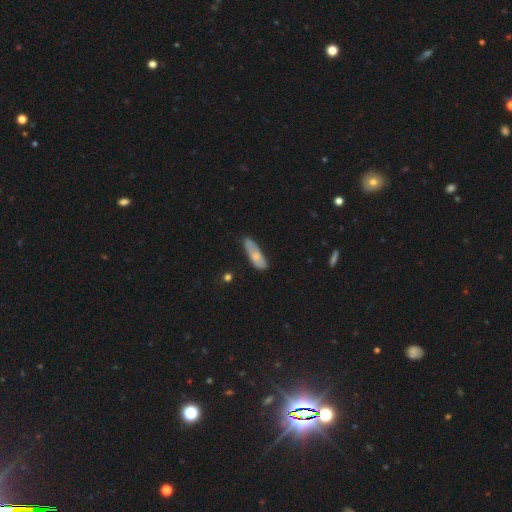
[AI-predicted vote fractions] A smooth galaxy with no disk features (68%) that is in between round and cigar-shaped (54%).

Vote fractions:
- Smooth or featured? smooth: 68% / featured or disk: 25% / star or artifact: 6%
- How rounded? in between: 54% / cigar-shaped: 44% / round: 2%
- Merging? none: 69% / minor disturbance: 24% / major disturbance: 5% / merger: 2%